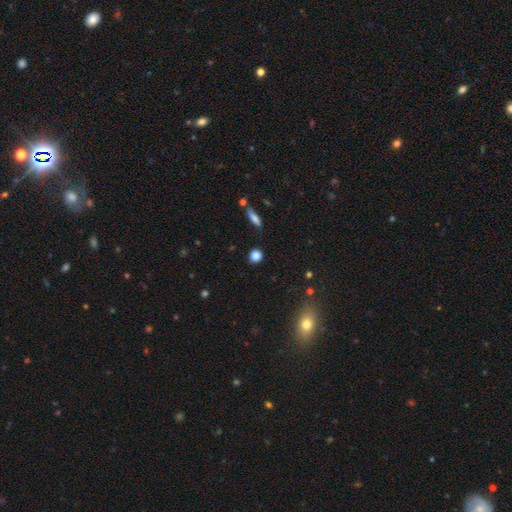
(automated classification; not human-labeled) smooth-or-featured: smooth: 84% | star or artifact: 12% | featured or disk: 4%
  how-rounded: round: 85% | in between: 12% | cigar-shaped: 3%
  merging: none: 88% | minor disturbance: 8% | major disturbance: 2% | merger: 2%